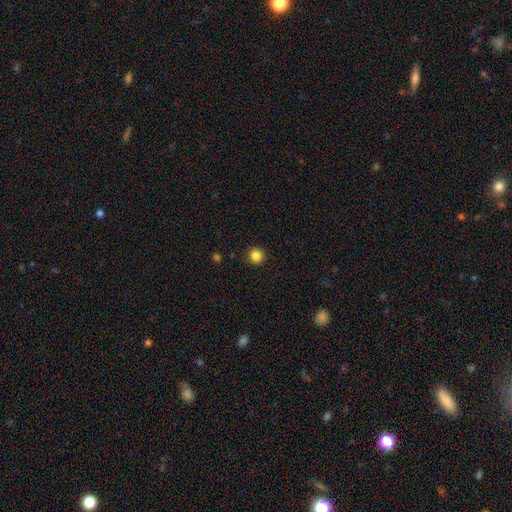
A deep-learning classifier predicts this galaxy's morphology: Smooth or featured: smooth — 85% (star or artifact — 11%)
How rounded: round — 94% (in between — 5%)
Merging: none — 91% (minor disturbance — 6%)